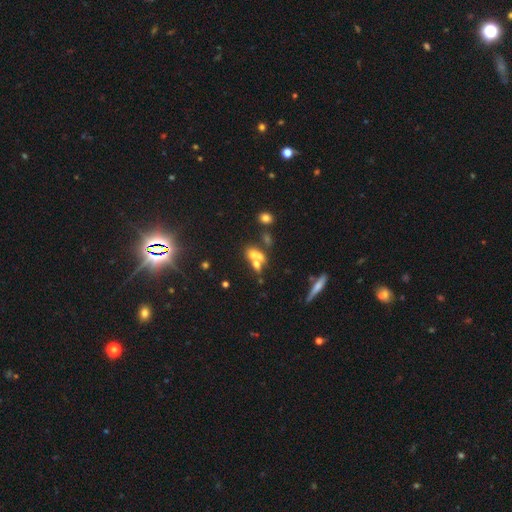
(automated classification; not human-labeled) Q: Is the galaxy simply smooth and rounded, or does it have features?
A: smooth — 51%.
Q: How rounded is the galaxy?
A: in between — 52%.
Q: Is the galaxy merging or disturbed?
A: merger — 61%.